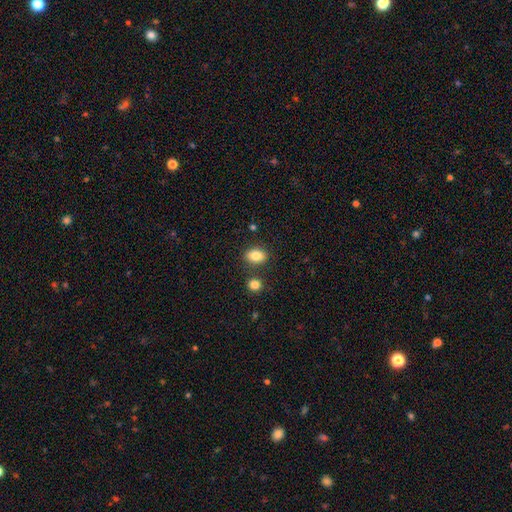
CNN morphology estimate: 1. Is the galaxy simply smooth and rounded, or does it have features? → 84% smooth, 9% star or artifact, 7% featured or disk.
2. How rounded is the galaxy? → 81% in between, 17% round, 2% cigar-shaped.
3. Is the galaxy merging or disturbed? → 78% none, 11% minor disturbance, 8% merger, 3% major disturbance.